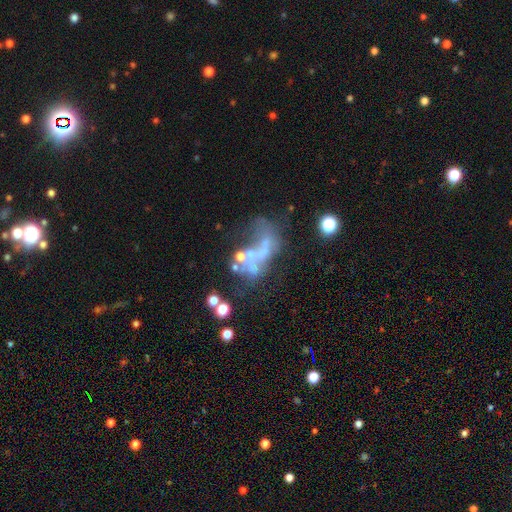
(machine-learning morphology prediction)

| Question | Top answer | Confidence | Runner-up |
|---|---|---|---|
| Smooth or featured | featured or disk | 59% | star or artifact (22%) |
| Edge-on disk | no | 97% | yes (3%) |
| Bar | no | 89% | weak (7%) |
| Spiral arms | no | 90% | yes (10%) |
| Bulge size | none | 73% | small (15%) |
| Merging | major disturbance | 32% | merger (29%) |